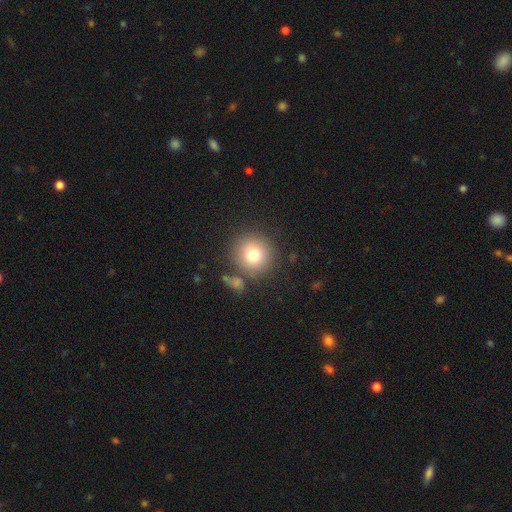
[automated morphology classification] smooth 71%, star or artifact 19%, featured or disk 10%. Down the decision tree: how rounded — round (93%); merging — none (80%).